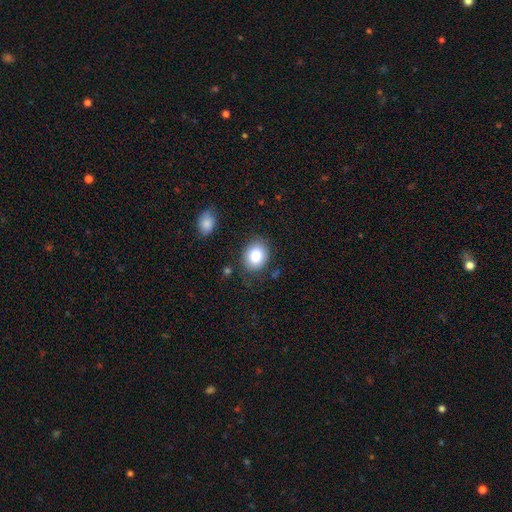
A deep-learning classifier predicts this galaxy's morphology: The model was most divided on "how rounded": in between: 55%, round: 44%, cigar-shaped: 1%. More confident: smooth or featured — smooth (85%); merging — none (77%).